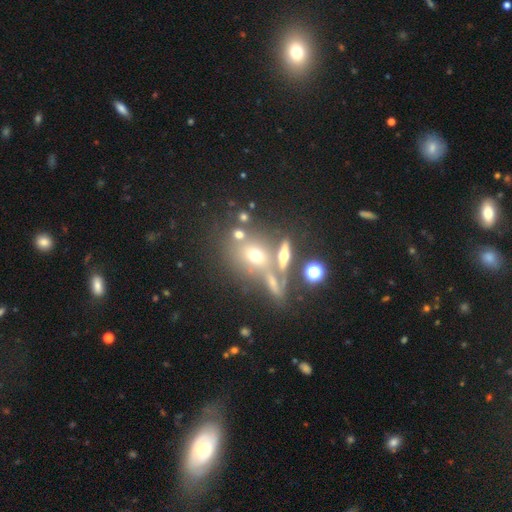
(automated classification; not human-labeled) smooth 42%, featured or disk 31%, star or artifact 27%. Down the decision tree: merging — none (49%).